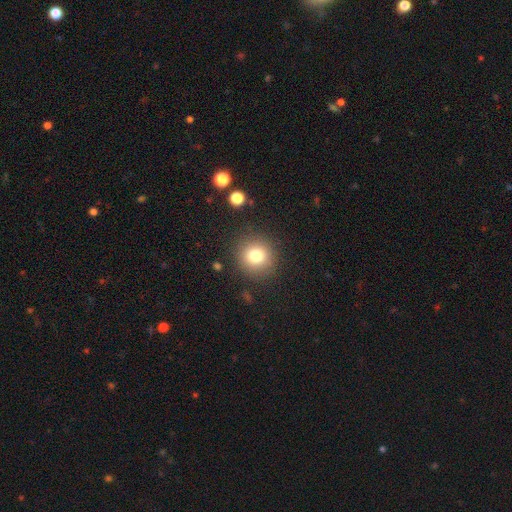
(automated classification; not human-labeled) This appears to be a smooth galaxy with no disk features (78%) that is round (92%). Merging: none (88%).